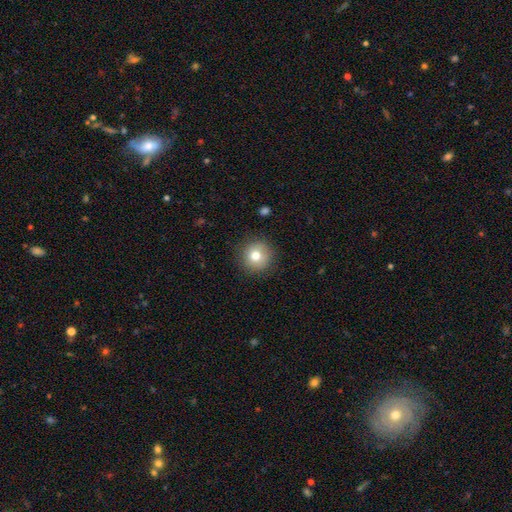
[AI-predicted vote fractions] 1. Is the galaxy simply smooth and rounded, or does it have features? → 76% smooth, 13% featured or disk, 11% star or artifact.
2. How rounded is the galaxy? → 93% round, 6% in between, 1% cigar-shaped.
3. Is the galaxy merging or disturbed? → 88% none, 8% minor disturbance, 3% major disturbance, 1% merger.